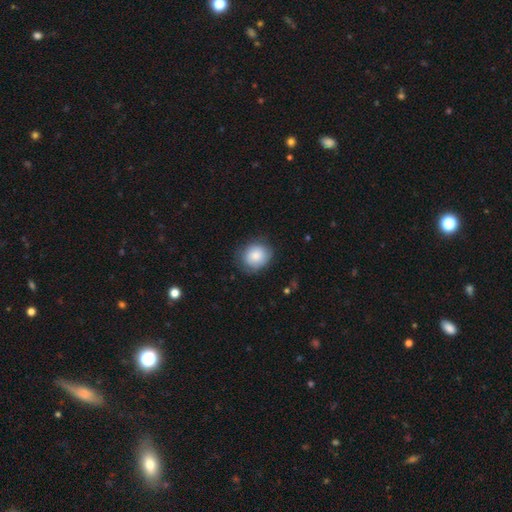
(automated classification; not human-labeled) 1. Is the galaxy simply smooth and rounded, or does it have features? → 81% smooth, 12% featured or disk, 7% star or artifact.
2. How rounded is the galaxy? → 73% round, 26% in between, 1% cigar-shaped.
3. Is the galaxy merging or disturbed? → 76% none, 18% minor disturbance, 5% major disturbance, 1% merger.